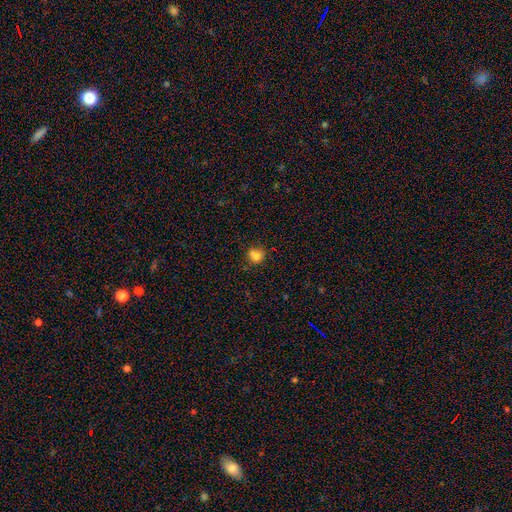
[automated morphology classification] Smooth or featured?
  - smooth: 79% *
  - star or artifact: 13%
  - featured or disk: 8%
How rounded?
  - round: 77% *
  - in between: 22%
  - cigar-shaped: 1%
Merging?
  - none: 61% *
  - minor disturbance: 21%
  - merger: 12%
  - major disturbance: 6%